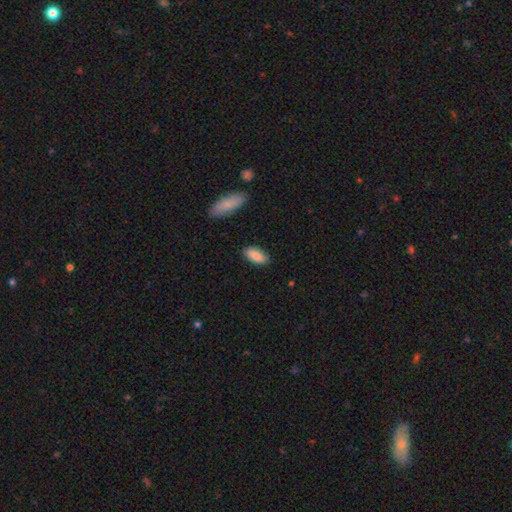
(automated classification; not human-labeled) smooth_or_featured: smooth (p=0.88) [alt: star or artifact p=0.06]
how_rounded: in between (p=0.89) [alt: cigar-shaped p=0.09]
merging: none (p=0.83) [alt: minor disturbance p=0.12]